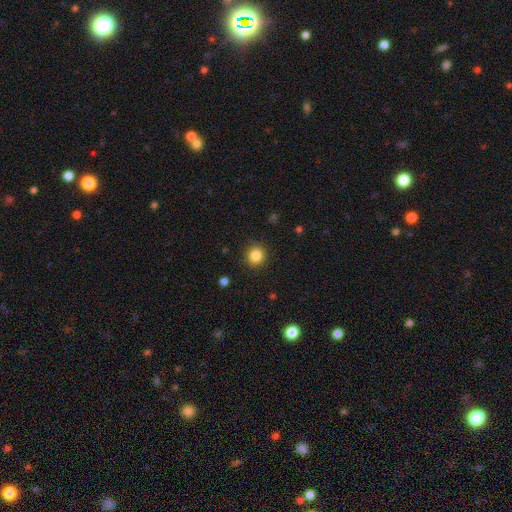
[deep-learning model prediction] A smooth galaxy with no disk features (84%) that is round (92%).

Vote fractions:
- Smooth or featured? smooth: 84% / star or artifact: 11% / featured or disk: 5%
- How rounded? round: 92% / in between: 7% / cigar-shaped: 1%
- Merging? none: 91% / minor disturbance: 6% / major disturbance: 2% / merger: 1%